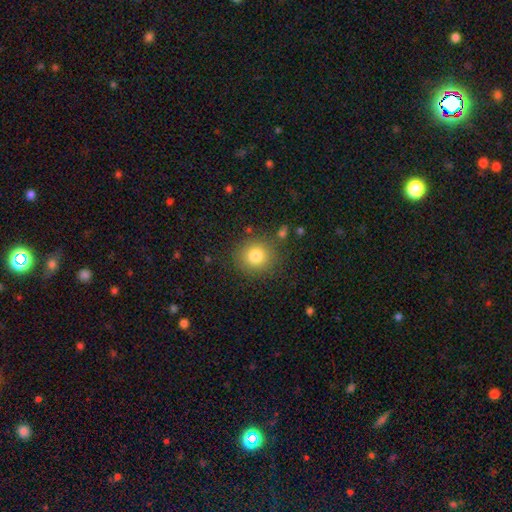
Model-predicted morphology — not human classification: Smooth or featured: smooth — 81% (star or artifact — 11%)
How rounded: round — 90% (in between — 9%)
Merging: none — 85% (minor disturbance — 9%)